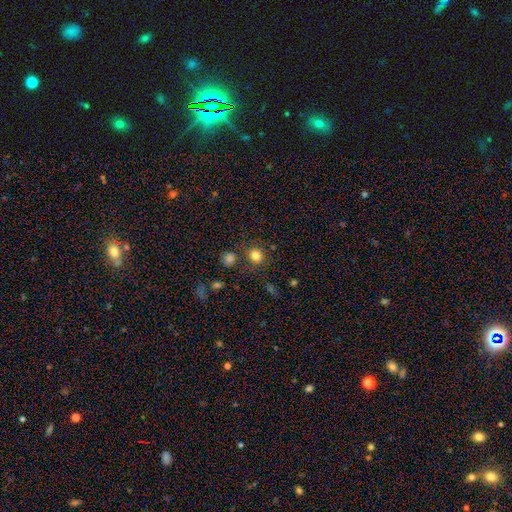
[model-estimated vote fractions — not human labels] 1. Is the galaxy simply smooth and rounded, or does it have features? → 81% smooth, 13% star or artifact, 6% featured or disk.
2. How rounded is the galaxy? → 87% round, 12% in between, 1% cigar-shaped.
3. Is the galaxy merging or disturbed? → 80% none, 9% minor disturbance, 7% merger, 4% major disturbance.